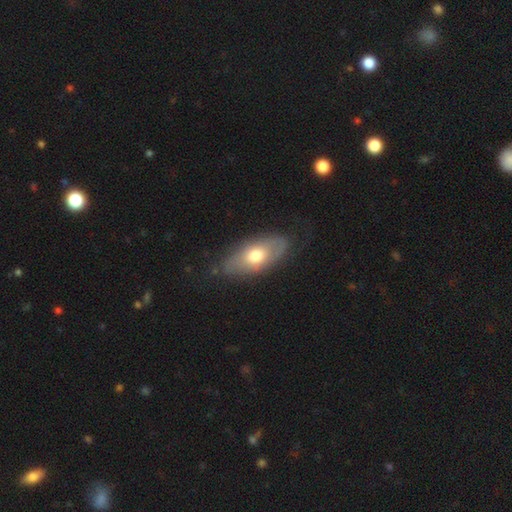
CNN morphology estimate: Smooth or featured? Predicted: smooth (p=0.60). How rounded? Predicted: in between (p=0.89). Merging? Predicted: none (p=0.77).